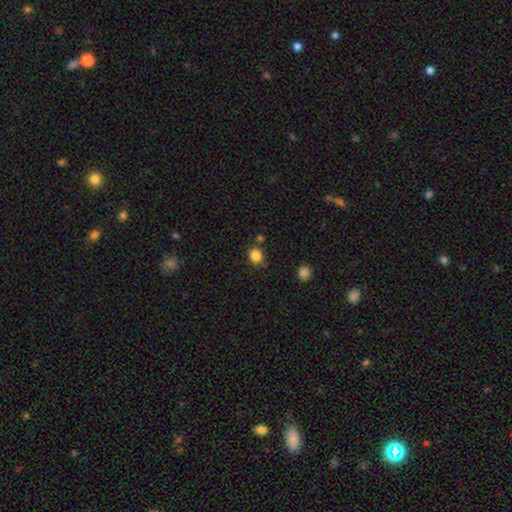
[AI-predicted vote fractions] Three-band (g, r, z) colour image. It shows a smooth galaxy with no disk features (85%) that is round (70%). Merging: none (74%).